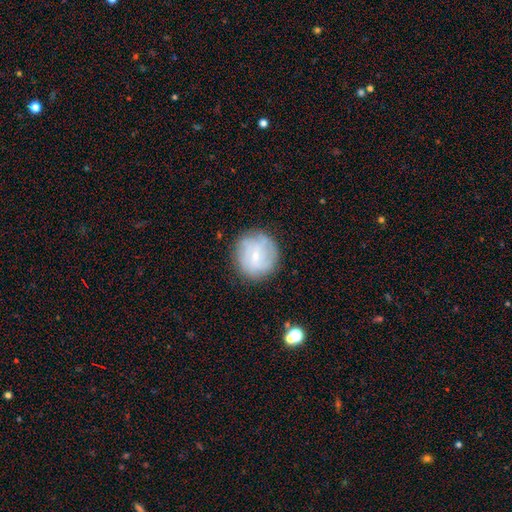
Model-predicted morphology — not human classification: smooth 46%, featured or disk 45%, star or artifact 9%. Down the decision tree: merging — none (79%).